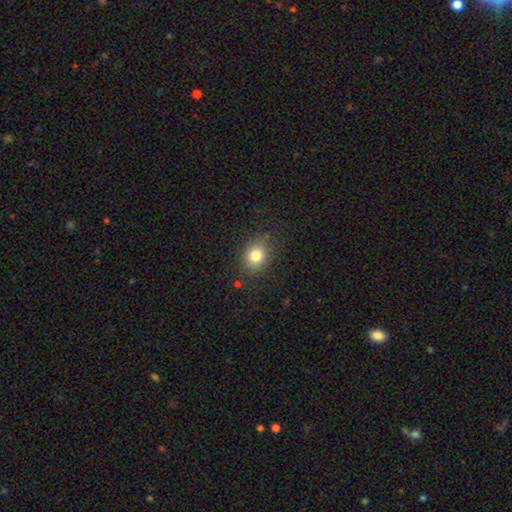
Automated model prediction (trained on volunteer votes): smooth_or_featured: smooth (p=0.81) [alt: star or artifact p=0.12]
how_rounded: round (p=0.60) [alt: in between p=0.39]
merging: none (p=0.83) [alt: minor disturbance p=0.12]